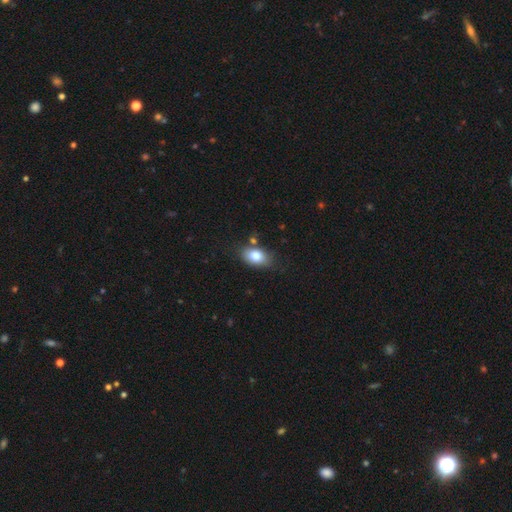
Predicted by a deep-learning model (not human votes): Smooth or featured? smooth (81%)
How rounded? in between (85%)
Merging? none (71%)